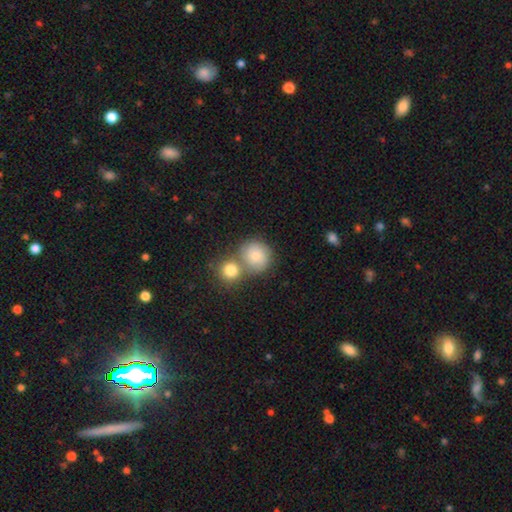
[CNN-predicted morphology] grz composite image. It shows a smooth galaxy with no disk features (78%) that is round (87%). Merging: none (46%).